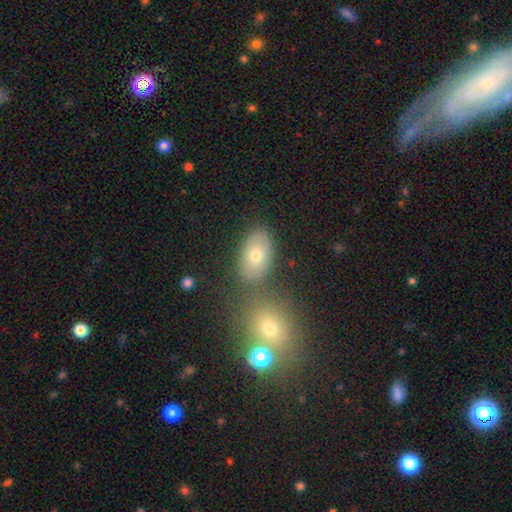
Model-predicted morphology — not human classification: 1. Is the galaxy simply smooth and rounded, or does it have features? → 68% smooth, 20% featured or disk, 11% star or artifact.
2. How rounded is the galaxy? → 83% in between, 15% round, 2% cigar-shaped.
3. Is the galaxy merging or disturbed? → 69% none, 15% merger, 11% minor disturbance, 4% major disturbance.